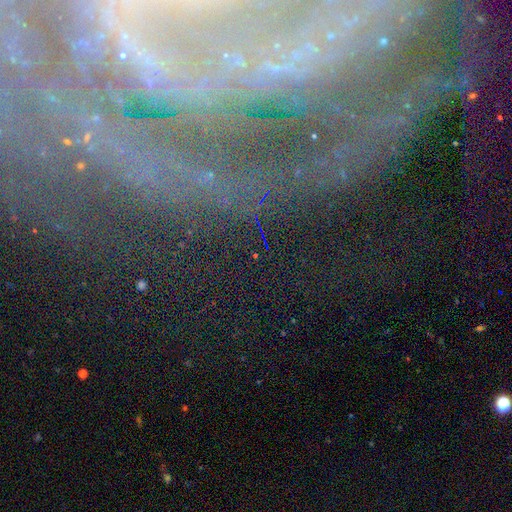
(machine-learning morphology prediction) Overall: star or artifact (72%).